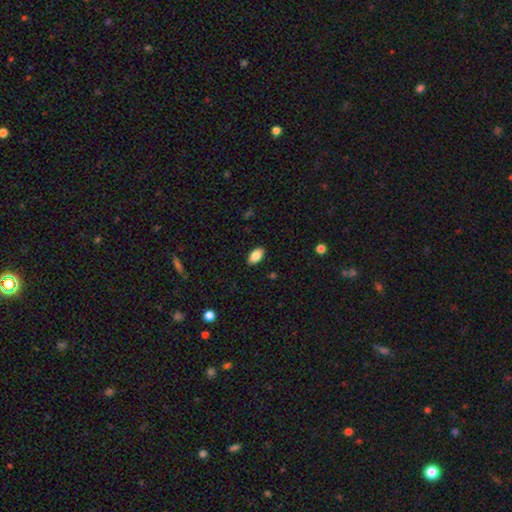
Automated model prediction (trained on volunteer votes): Smooth or featured? Predicted: smooth (p=0.84). How rounded? Predicted: in between (p=0.93). Merging? Predicted: none (p=0.89).